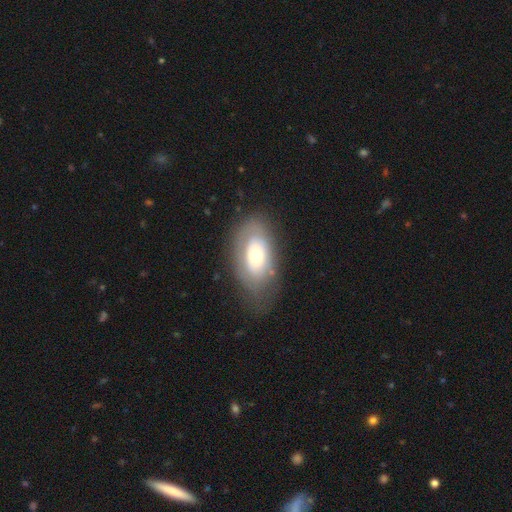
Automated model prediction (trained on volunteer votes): Overall: smooth (49%; featured or disk 44%). Merging: none (68%).